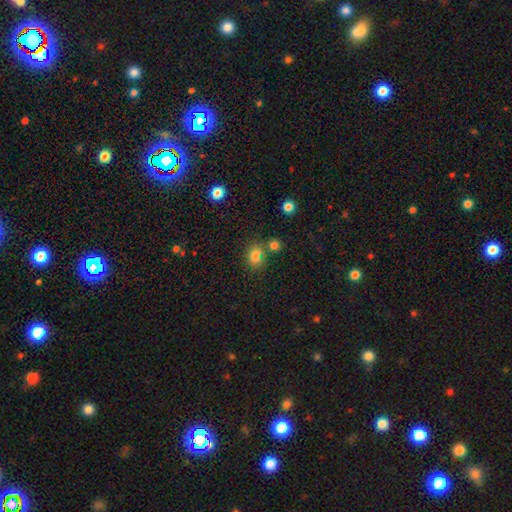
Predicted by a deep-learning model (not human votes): Q: Smooth or featured?
A: smooth (80%); runner-up: star or artifact (13%)
Q: How rounded?
A: round (65%); runner-up: in between (34%)
Q: Merging?
A: none (66%); runner-up: merger (20%)